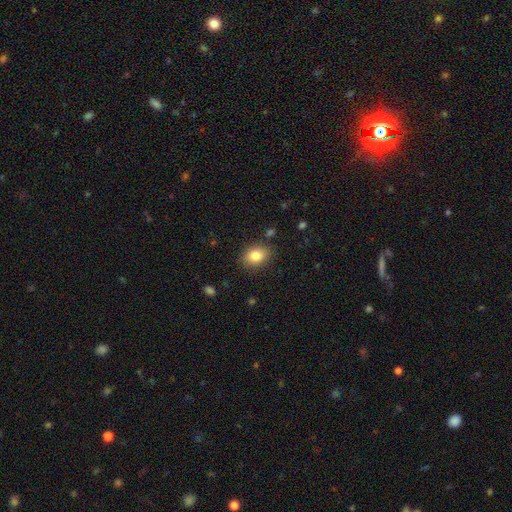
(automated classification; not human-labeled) Morphology: type=smooth (84%); roundness=in between (72%); merging=none (85%).